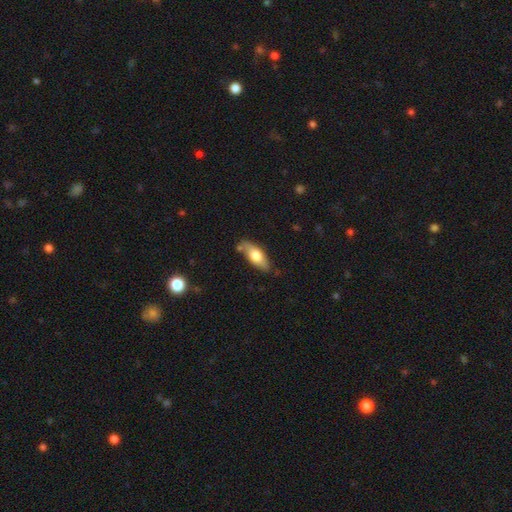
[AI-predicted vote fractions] Morphology: type=smooth (67%); roundness=in between (76%); merging=none (76%).